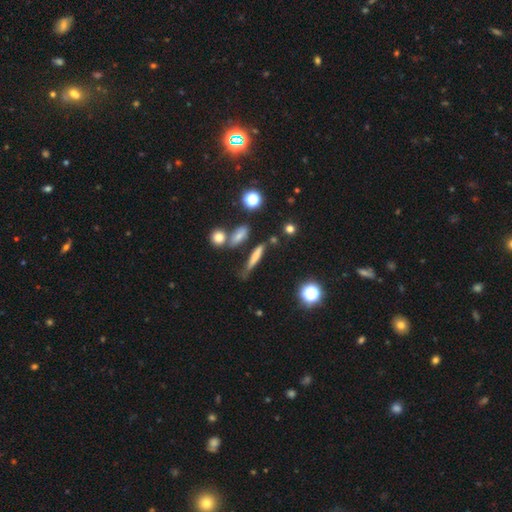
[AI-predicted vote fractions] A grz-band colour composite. It shows a smooth galaxy with no disk features (65%) that is cigar-shaped (82%). Merging: none (64%).